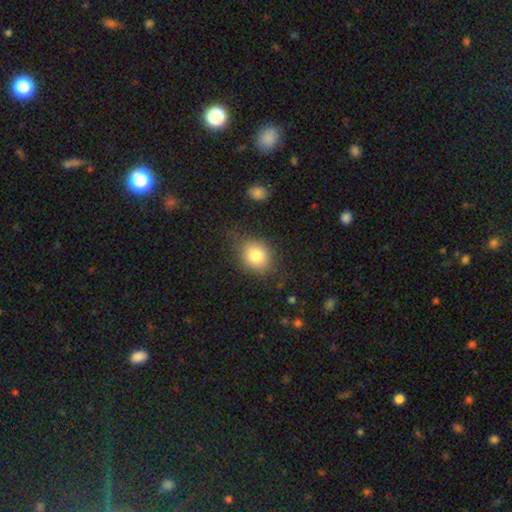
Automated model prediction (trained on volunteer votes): smooth-or-featured: smooth: 79% | featured or disk: 11% | star or artifact: 10%
  how-rounded: round: 62% | in between: 37% | cigar-shaped: 1%
  merging: none: 71% | minor disturbance: 20% | major disturbance: 7% | merger: 2%